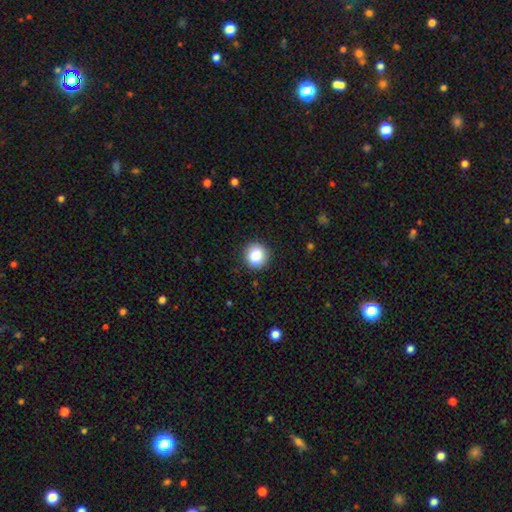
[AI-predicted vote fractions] A smooth galaxy with no disk features (85%) that is round (89%). Merging: none (90%).